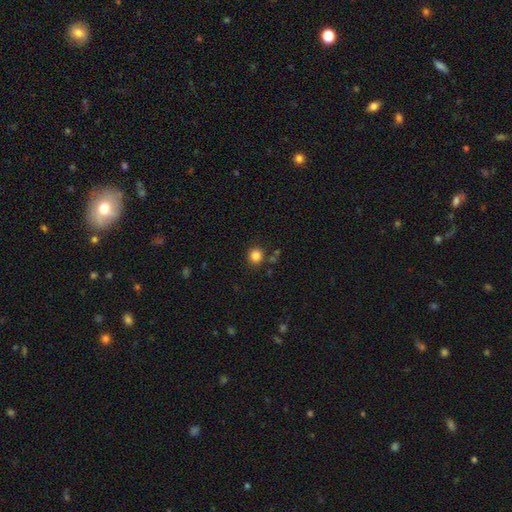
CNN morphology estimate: smooth-or-featured: smooth: 84% | star or artifact: 12% | featured or disk: 4%
  how-rounded: round: 88% | in between: 11% | cigar-shaped: 1%
  merging: none: 85% | minor disturbance: 8% | merger: 5% | major disturbance: 3%